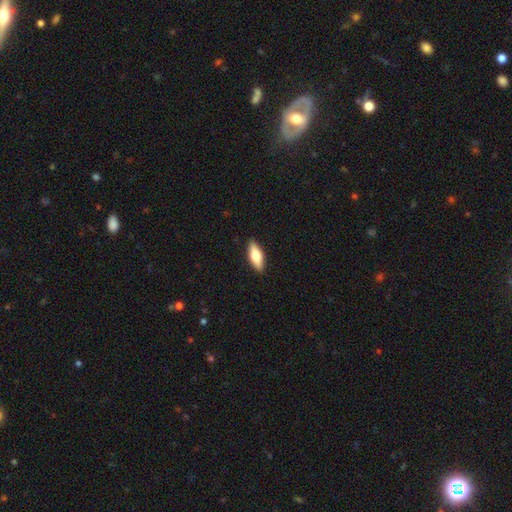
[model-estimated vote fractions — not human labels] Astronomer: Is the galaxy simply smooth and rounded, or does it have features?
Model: smooth — 64%.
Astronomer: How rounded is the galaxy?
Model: in between — 64%.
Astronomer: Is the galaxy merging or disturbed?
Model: none — 90%.